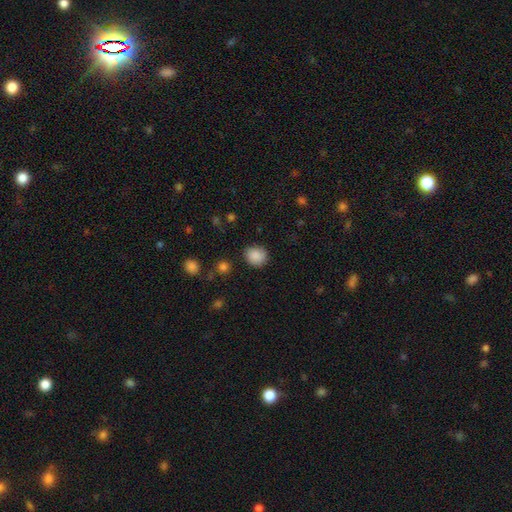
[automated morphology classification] Q: Smooth or featured?
A: smooth (87%); runner-up: star or artifact (8%)
Q: How rounded?
A: round (73%); runner-up: in between (26%)
Q: Merging?
A: none (83%); runner-up: minor disturbance (13%)